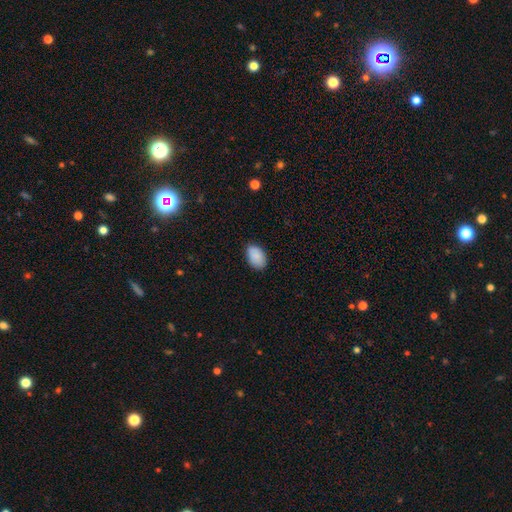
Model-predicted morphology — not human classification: smooth_or_featured: smooth (p=0.89) [alt: star or artifact p=0.07]
how_rounded: in between (p=0.91) [alt: round p=0.08]
merging: none (p=0.82) [alt: minor disturbance p=0.14]